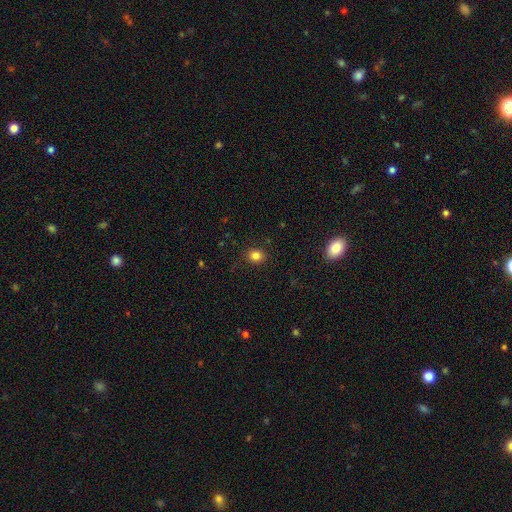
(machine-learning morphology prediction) Overall: smooth (83%). How rounded: round (69%; in between 30%). Merging: none (89%).